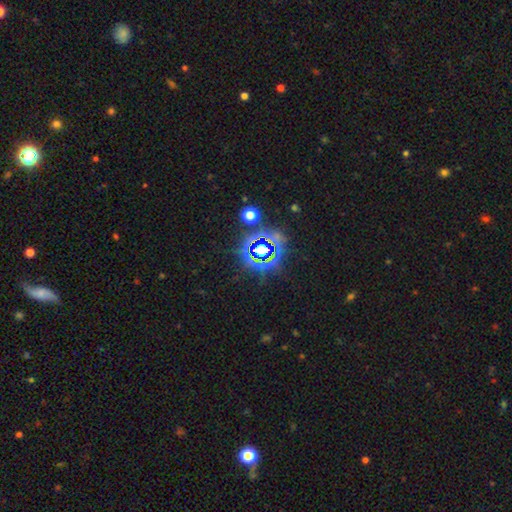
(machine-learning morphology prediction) Smooth or featured? Predicted: star or artifact (p=0.77).